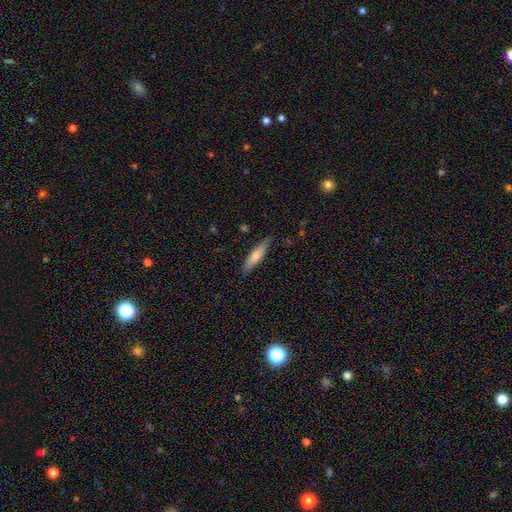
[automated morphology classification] Smooth or featured: smooth — 62% (featured or disk — 32%)
How rounded: cigar-shaped — 79% (in between — 20%)
Merging: none — 86% (minor disturbance — 11%)